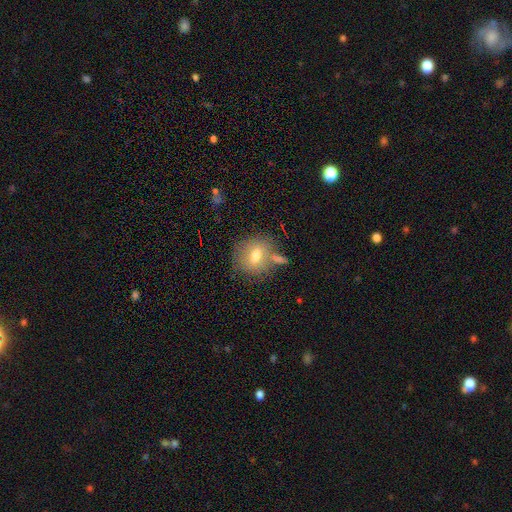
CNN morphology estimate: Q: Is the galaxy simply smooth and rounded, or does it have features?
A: smooth — 66%.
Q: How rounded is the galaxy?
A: round — 82%.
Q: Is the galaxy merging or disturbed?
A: none — 69%.